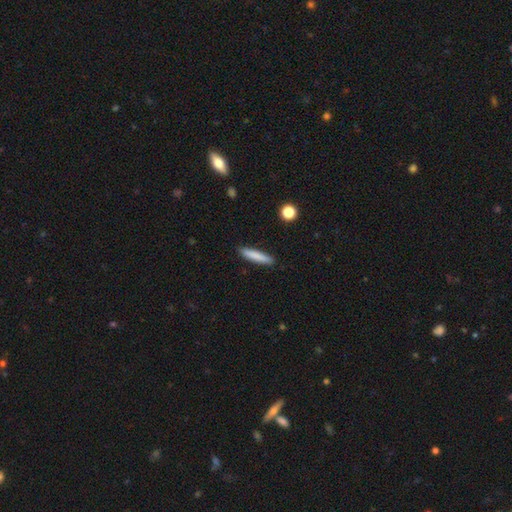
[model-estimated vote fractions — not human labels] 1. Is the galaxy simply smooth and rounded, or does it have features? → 82% smooth, 11% featured or disk, 6% star or artifact.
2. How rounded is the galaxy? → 90% cigar-shaped, 9% in between, 1% round.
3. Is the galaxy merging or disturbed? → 89% none, 8% minor disturbance, 2% major disturbance, 1% merger.